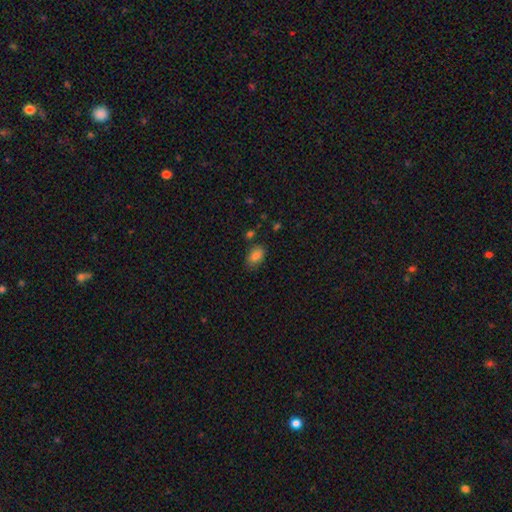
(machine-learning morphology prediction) type=smooth (85%); roundness=in between (89%); merging=none (77%).